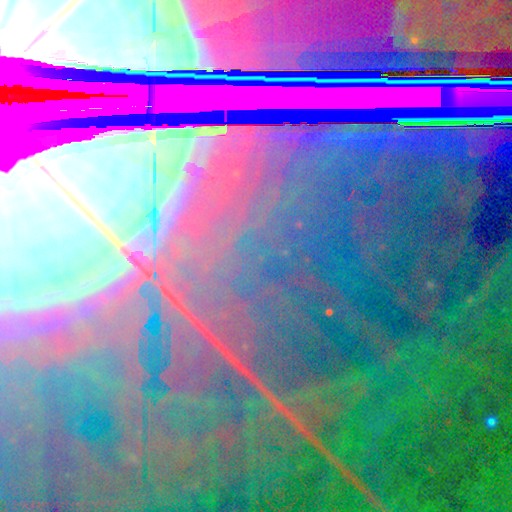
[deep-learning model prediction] A star or artifact, not a galaxy (87%).